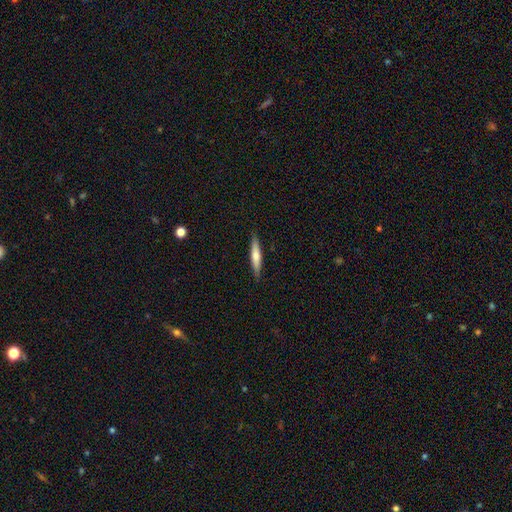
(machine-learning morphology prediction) A smooth galaxy with no disk features (59%) that is cigar-shaped (89%). Merging: none (89%).